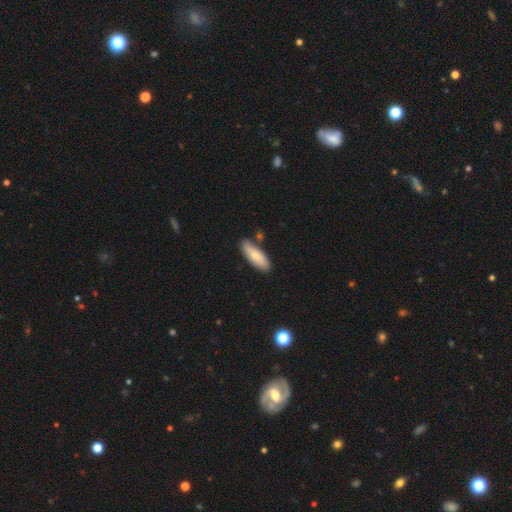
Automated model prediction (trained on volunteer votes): A smooth galaxy with no disk features (70%) that is in between round and cigar-shaped (64%).

Vote fractions:
- Smooth or featured? smooth: 70% / featured or disk: 24% / star or artifact: 6%
- How rounded? in between: 64% / cigar-shaped: 33% / round: 2%
- Merging? none: 76% / minor disturbance: 15% / merger: 6% / major disturbance: 3%